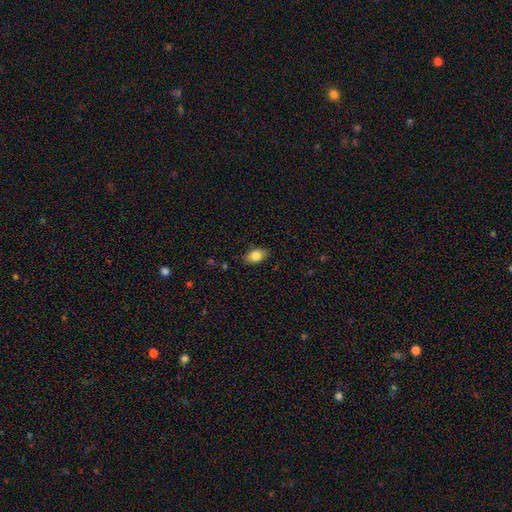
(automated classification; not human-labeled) Morphology: type=smooth (81%); roundness=in between (86%); merging=none (85%).